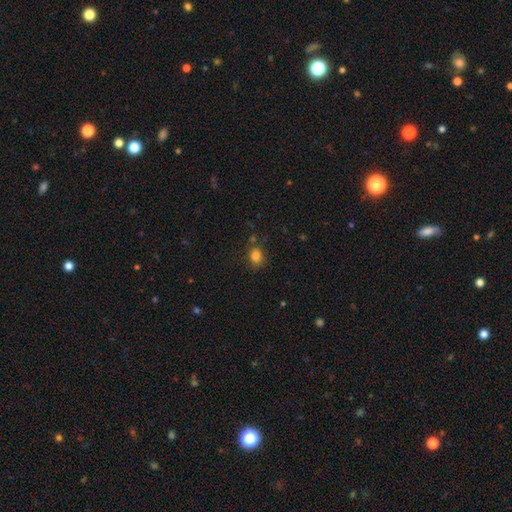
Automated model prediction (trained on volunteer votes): A smooth galaxy with no disk features (82%) that is in between round and cigar-shaped (50%).

Vote fractions:
- Smooth or featured? smooth: 82% / star or artifact: 13% / featured or disk: 5%
- How rounded? in between: 50% / round: 49% / cigar-shaped: 1%
- Merging? none: 74% / minor disturbance: 16% / merger: 6% / major disturbance: 5%